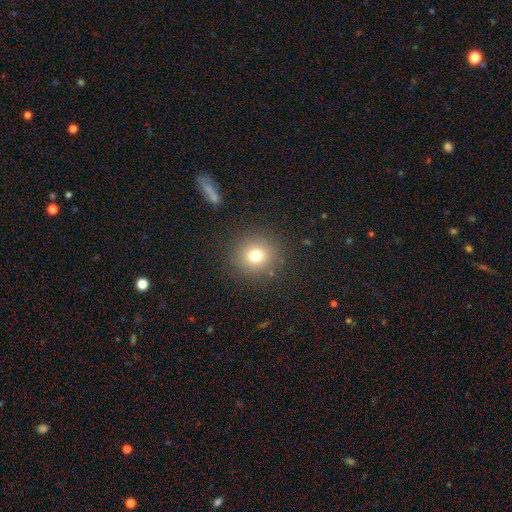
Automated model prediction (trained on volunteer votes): Overall: smooth (75%). How rounded: round (90%). Merging: none (88%).